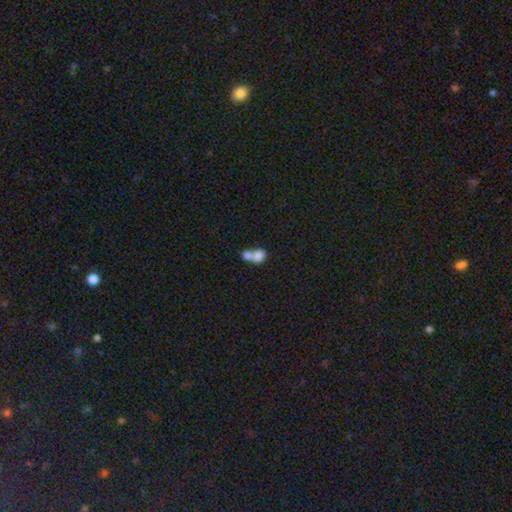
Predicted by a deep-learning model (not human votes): Q: Smooth or featured?
A: smooth (78%); runner-up: featured or disk (14%)
Q: How rounded?
A: round (51%); runner-up: in between (47%)
Q: Merging?
A: merger (75%); runner-up: none (17%)